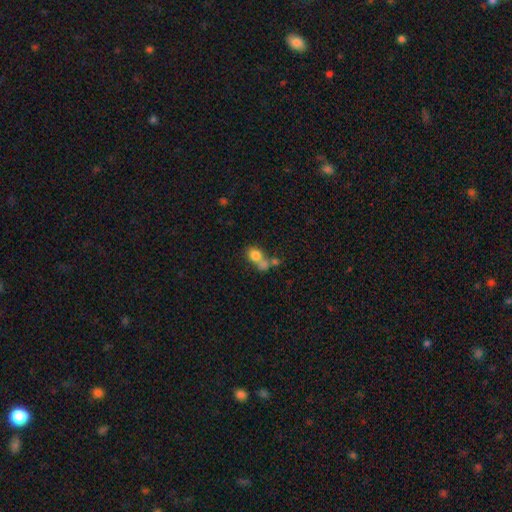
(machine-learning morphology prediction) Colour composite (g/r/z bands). It shows a smooth galaxy with no disk features (77%) that is round (61%). Merging: merger (57%).